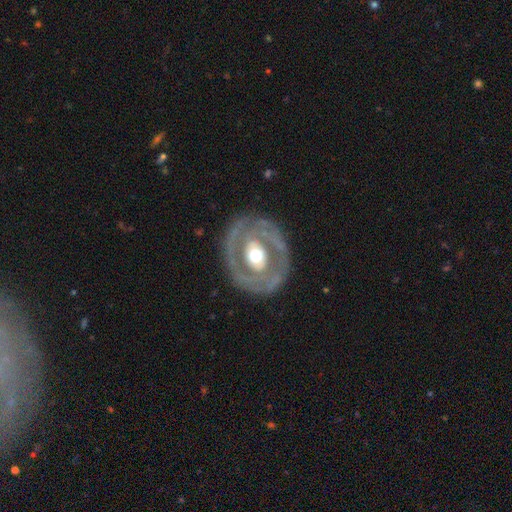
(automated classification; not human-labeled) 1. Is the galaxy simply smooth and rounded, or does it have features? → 78% featured or disk, 17% smooth, 5% star or artifact.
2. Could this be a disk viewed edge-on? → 96% no, 4% yes.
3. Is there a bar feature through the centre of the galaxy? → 58% no, 26% weak, 16% strong.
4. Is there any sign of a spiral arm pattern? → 59% yes, 41% no.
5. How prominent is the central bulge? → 66% moderate, 24% large, 7% small, 2% dominant, 1% none.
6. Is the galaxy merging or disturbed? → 79% none, 13% minor disturbance, 7% major disturbance, 1% merger.